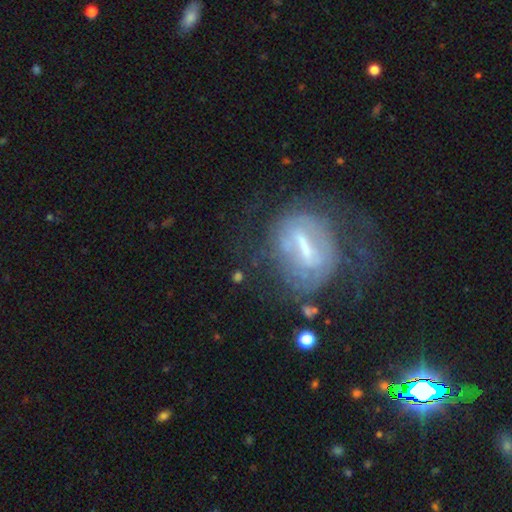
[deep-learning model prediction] This is likely a featured or disk galaxy (69%). It is clearly not viewed edge-on (82%). Bar: possibly strong (60%). Spiral arm pattern: possibly yes (58%). Central bulge: marginally small (43%). Merging: possibly none (56%).